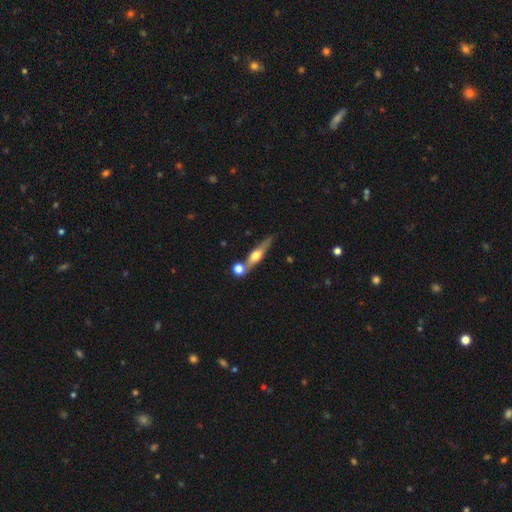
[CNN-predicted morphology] This is possibly a featured or disk galaxy (57%). It is clearly viewed edge-on (92%). Edge-on bulge: clearly rounded (91%). Merging: likely none (65%).